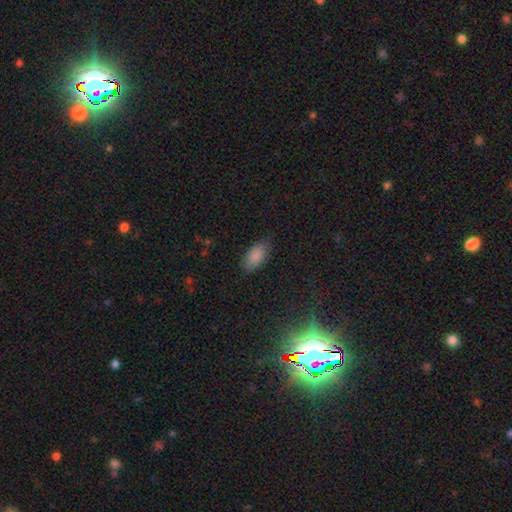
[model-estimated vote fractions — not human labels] Q: Smooth or featured?
A: smooth (87%); runner-up: star or artifact (7%)
Q: How rounded?
A: in between (93%); runner-up: cigar-shaped (5%)
Q: Merging?
A: none (82%); runner-up: minor disturbance (14%)